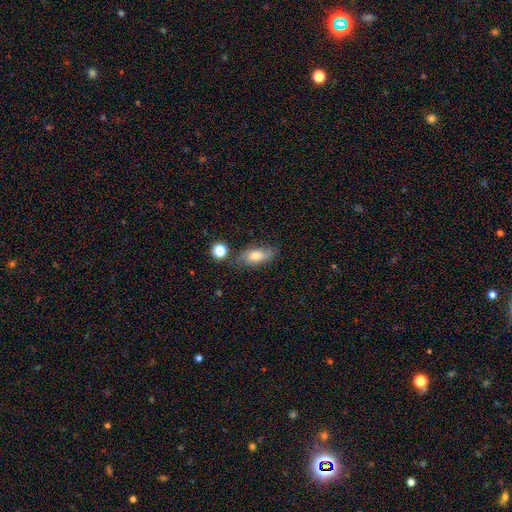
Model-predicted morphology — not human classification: Overall: smooth (66%). How rounded: in between (79%). Merging: none (68%).